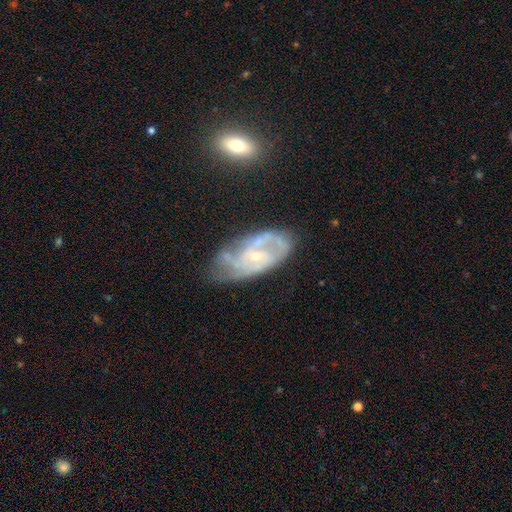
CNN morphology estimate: Smooth or featured?
  - featured or disk: 81% *
  - smooth: 12%
  - star or artifact: 7%
Edge-on disk?
  - no: 95% *
  - yes: 5%
Bar?
  - no: 56% *
  - weak: 36%
  - strong: 9%
Spiral arms?
  - yes: 88% *
  - no: 12%
Spiral winding?
  - tight: 45% *
  - medium: 42%
  - loose: 13%
Spiral arm count?
  - 2: 35% *
  - can't tell: 34%
  - 3: 17%
  - 1: 5%
  - 4: 5%
  - more than 4: 3%
Bulge size?
  - small: 69% *
  - moderate: 26%
  - none: 2%
  - large: 1%
  - dominant: 1%
Merging?
  - none: 50% *
  - minor disturbance: 29%
  - major disturbance: 16%
  - merger: 4%